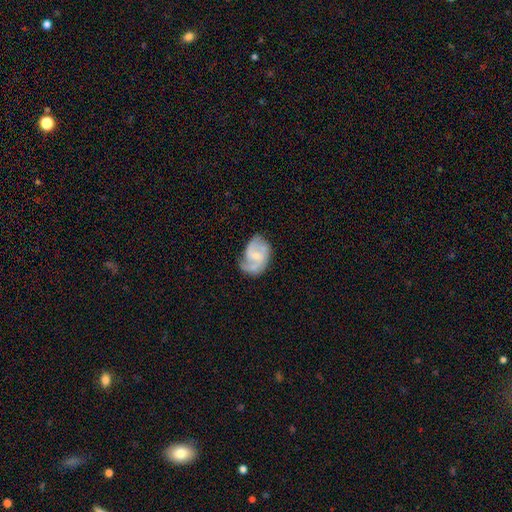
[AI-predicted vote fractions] Q: Smooth or featured?
A: featured or disk (78%); runner-up: smooth (16%)
Q: Edge-on disk?
A: no (98%); runner-up: yes (2%)
Q: Bar?
A: no (49%); runner-up: weak (43%)
Q: Spiral arms?
A: yes (93%); runner-up: no (7%)
Q: Spiral winding?
A: medium (50%); runner-up: loose (26%)
Q: Spiral arm count?
A: 2 (63%); runner-up: 3 (14%)
Q: Bulge size?
A: small (58%); runner-up: moderate (31%)
Q: Merging?
A: none (58%); runner-up: minor disturbance (26%)